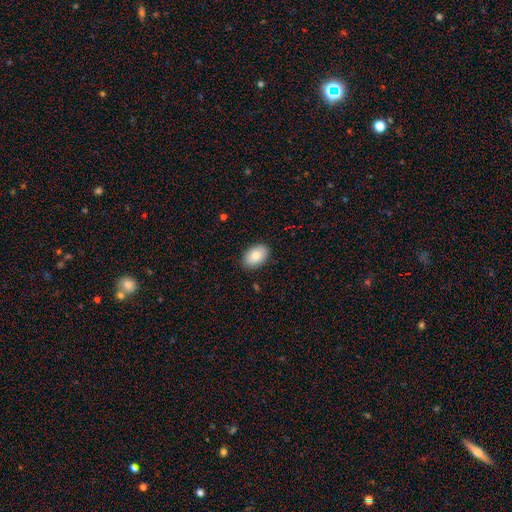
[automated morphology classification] A smooth galaxy with no disk features (84%) that is in between round and cigar-shaped (90%). Merging: none (87%).